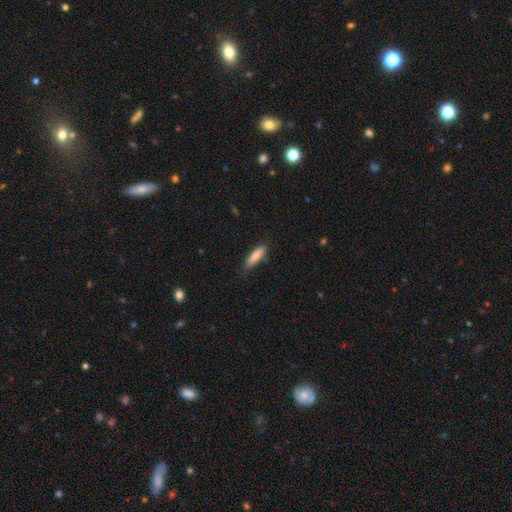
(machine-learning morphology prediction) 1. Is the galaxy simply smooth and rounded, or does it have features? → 82% smooth, 12% featured or disk, 6% star or artifact.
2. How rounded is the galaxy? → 65% cigar-shaped, 34% in between, 2% round.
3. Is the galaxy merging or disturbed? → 77% none, 18% minor disturbance, 3% major disturbance, 1% merger.